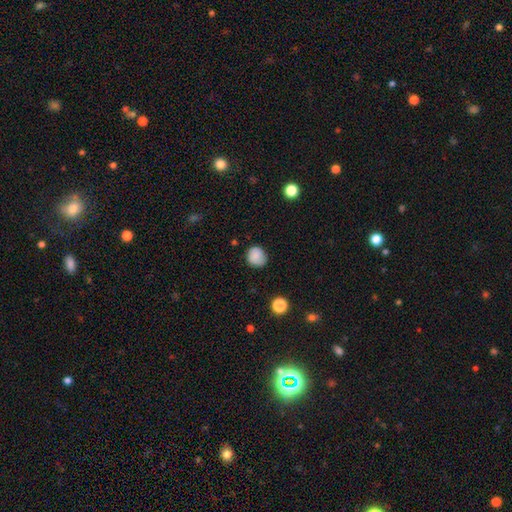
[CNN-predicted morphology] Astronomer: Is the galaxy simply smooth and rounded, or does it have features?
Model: smooth — 86%.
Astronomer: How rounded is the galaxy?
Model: round — 83%.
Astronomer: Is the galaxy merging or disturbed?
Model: none — 82%.